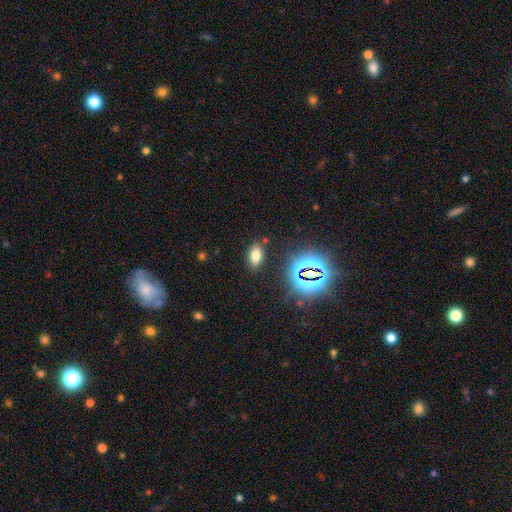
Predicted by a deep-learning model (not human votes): A smooth galaxy with no disk features (69%) that is in between round and cigar-shaped (87%). Merging: none (86%).